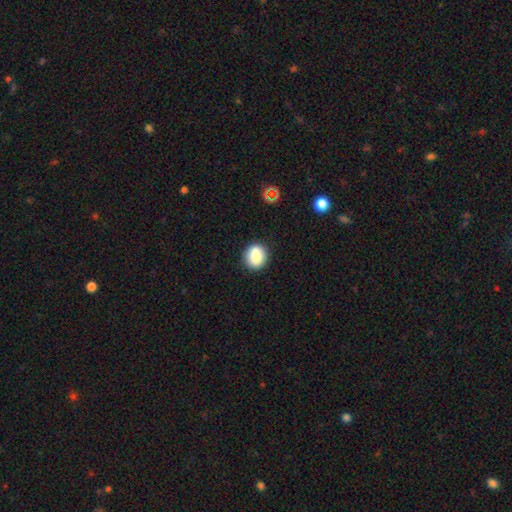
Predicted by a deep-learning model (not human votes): Smooth or featured?
  - smooth: 82% *
  - star or artifact: 9%
  - featured or disk: 9%
How rounded?
  - round: 59% *
  - in between: 39%
  - cigar-shaped: 2%
Merging?
  - none: 84% *
  - minor disturbance: 11%
  - major disturbance: 3%
  - merger: 2%